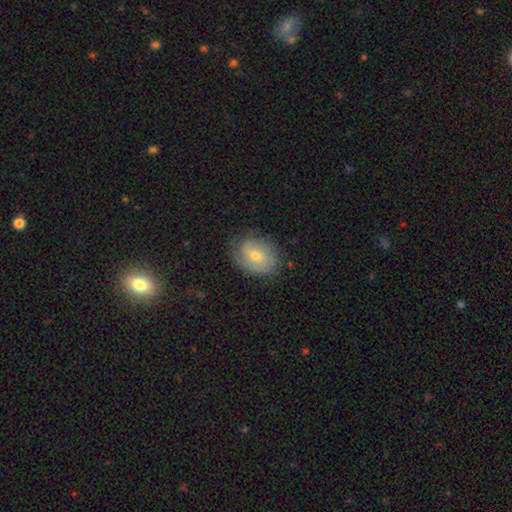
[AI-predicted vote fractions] A featured or disk galaxy (47%). Merging: none (70%).